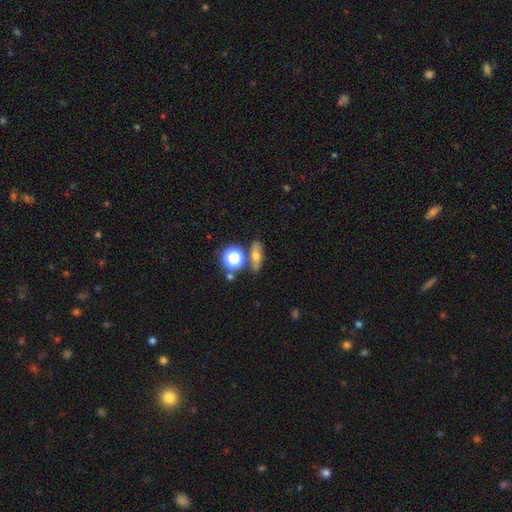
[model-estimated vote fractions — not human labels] Smooth or featured? Predicted: smooth (p=0.53). How rounded? Predicted: in between (p=0.44). Merging? Predicted: none (p=0.75).